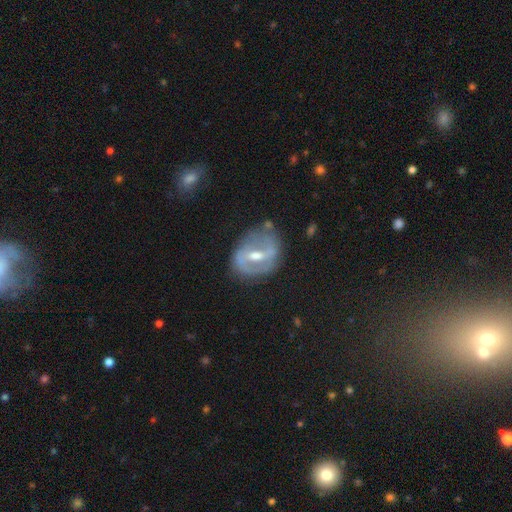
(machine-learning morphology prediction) Smooth or featured? featured or disk (78%)
Edge-on disk? no (95%)
Bar? strong (48%)
Spiral arms? yes (74%)
Spiral winding? medium (42%)
Spiral arm count? 2 (75%)
Bulge size? moderate (69%)
Merging? none (69%)